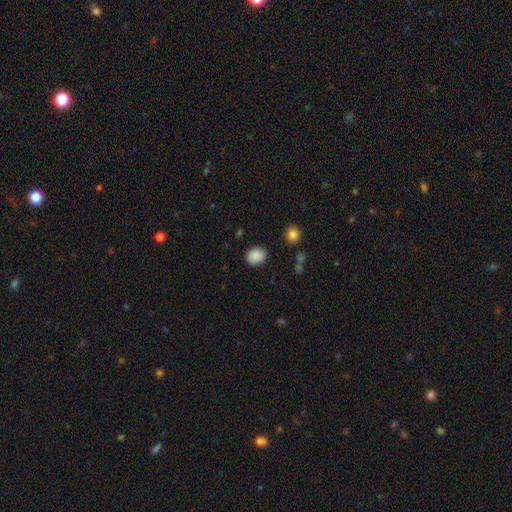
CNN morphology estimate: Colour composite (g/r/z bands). It shows a smooth galaxy with no disk features (88%) that is round (60%). Merging: none (86%).